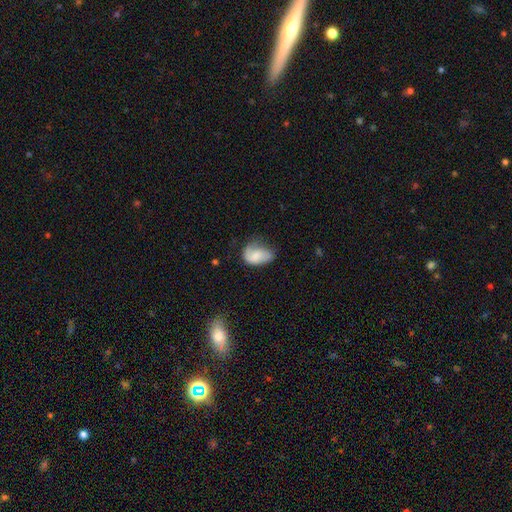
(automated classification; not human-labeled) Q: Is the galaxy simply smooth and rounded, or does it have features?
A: smooth — 61%.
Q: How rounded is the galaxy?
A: in between — 84%.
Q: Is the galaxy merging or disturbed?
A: minor disturbance — 37%.